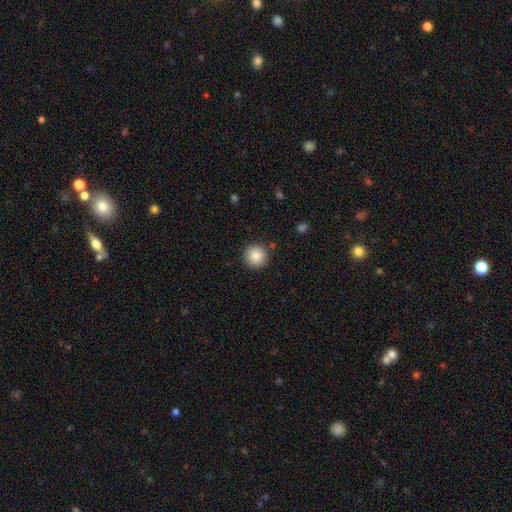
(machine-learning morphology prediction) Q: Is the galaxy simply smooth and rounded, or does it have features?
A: smooth — 86%.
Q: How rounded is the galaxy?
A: round — 95%.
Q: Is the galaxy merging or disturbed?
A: none — 90%.